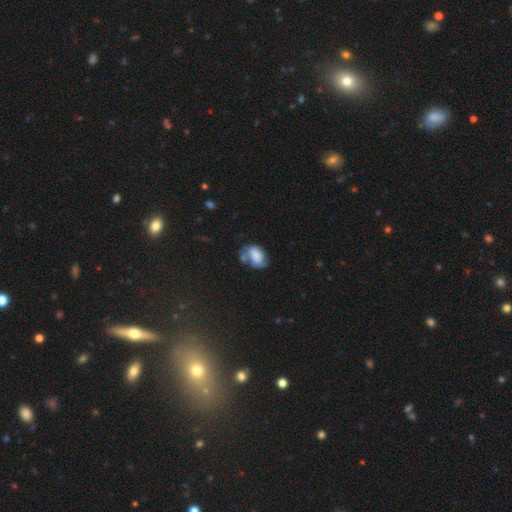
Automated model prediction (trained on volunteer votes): Smooth or featured? Predicted: smooth (p=0.56). How rounded? Predicted: in between (p=0.82). Merging? Predicted: none (p=0.39).